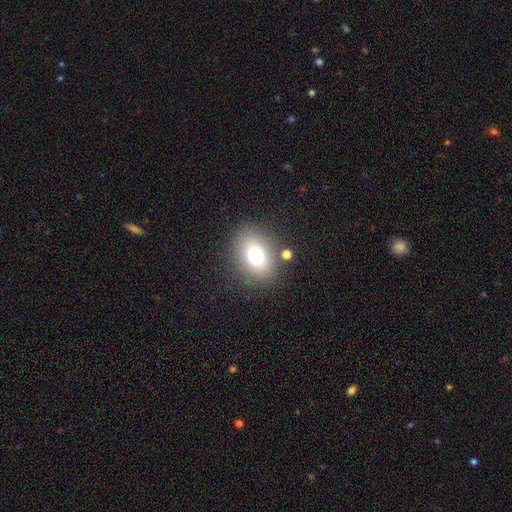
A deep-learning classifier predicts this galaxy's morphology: smooth_or_featured: smooth (p=0.74) [alt: star or artifact p=0.13]
how_rounded: in between (p=0.59) [alt: round p=0.40]
merging: none (p=0.82) [alt: minor disturbance p=0.10]